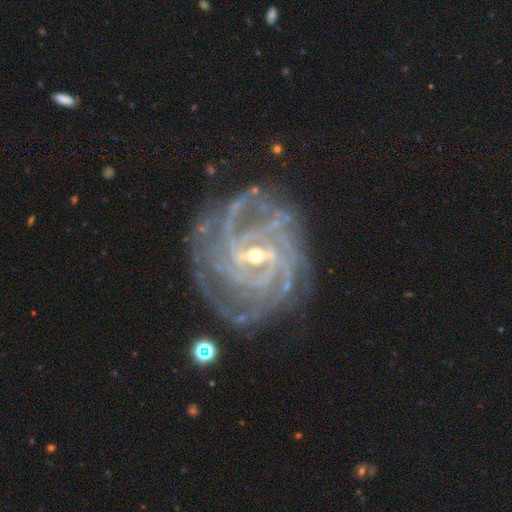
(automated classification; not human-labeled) smooth-or-featured: featured or disk: 92% | star or artifact: 5% | smooth: 3%
  disk-edge-on: no: 97% | yes: 3%
    bar: weak: 46% | strong: 39% | no: 15%
    has-spiral-arms: yes: 98% | no: 2%
      spiral-winding: tight: 73% | medium: 24% | loose: 3%
      spiral-arm-count: 4: 28% | more than 4: 20% | can't tell: 17% | 3: 16% | 2: 11% | 1: 8%
    bulge-size: small: 63% | moderate: 34% | large: 1% | none: 1% | dominant: 1%
  merging: none: 77% | minor disturbance: 15% | major disturbance: 6% | merger: 2%